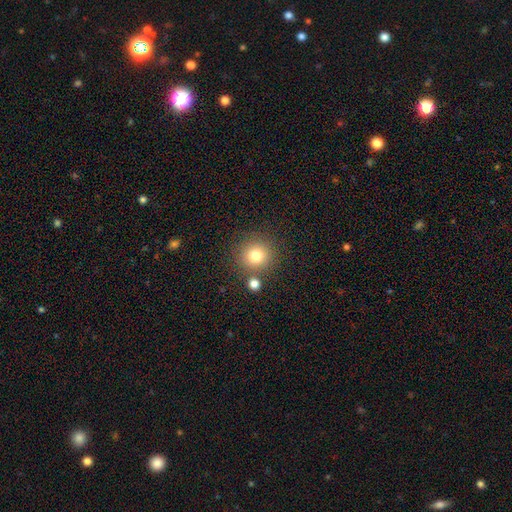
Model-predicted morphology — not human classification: The model was most divided on "smooth or featured": smooth: 79%, star or artifact: 13%, featured or disk: 8%. More confident: how rounded — round (93%); merging — none (80%).